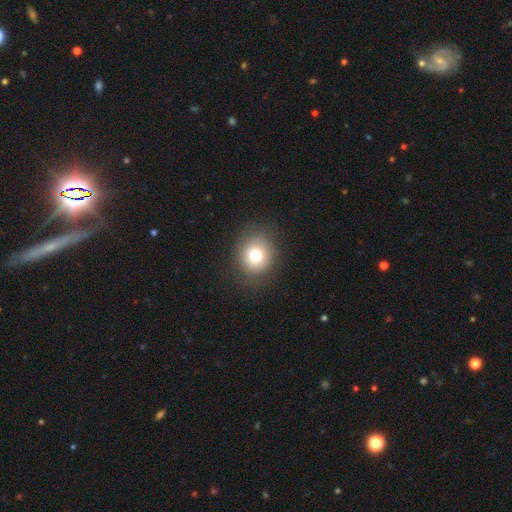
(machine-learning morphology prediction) This appears to be a smooth galaxy with no disk features (77%) that is round (80%). Merging: none (84%).